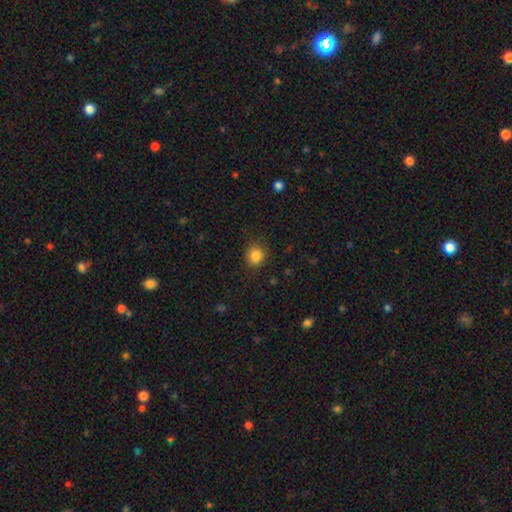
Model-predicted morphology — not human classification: Smooth or featured: smooth — 85% (star or artifact — 11%)
How rounded: round — 85% (in between — 14%)
Merging: none — 88% (minor disturbance — 9%)